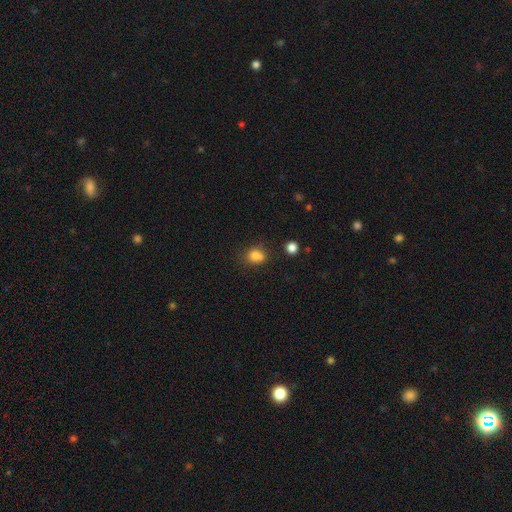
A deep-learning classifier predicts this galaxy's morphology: A smooth galaxy with no disk features (82%) that is round (50%). Merging: none (63%).